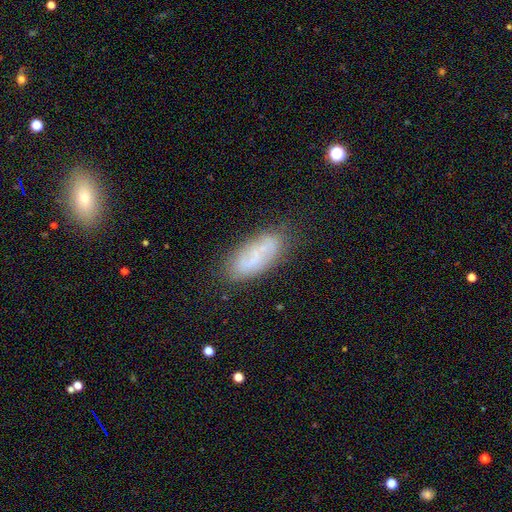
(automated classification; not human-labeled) smooth 52%, featured or disk 37%, star or artifact 11%. Down the decision tree: how rounded — in between (74%); merging — none (73%).